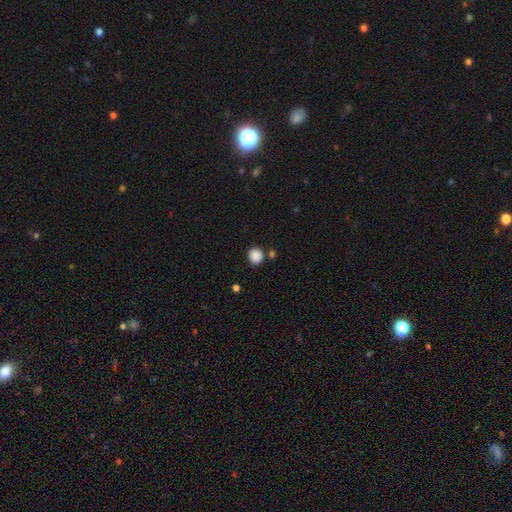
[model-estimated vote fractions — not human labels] This is clearly a smooth galaxy (87%). How rounded: clearly round (86%). Merging: clearly none (81%).